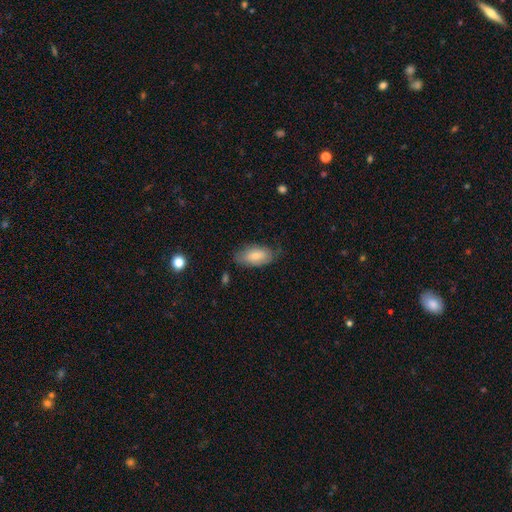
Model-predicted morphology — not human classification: A smooth galaxy with no disk features (70%) that is in between round and cigar-shaped (92%).

Vote fractions:
- Smooth or featured? smooth: 70% / featured or disk: 23% / star or artifact: 6%
- How rounded? in between: 92% / cigar-shaped: 5% / round: 4%
- Merging? none: 65% / minor disturbance: 27% / major disturbance: 6% / merger: 2%